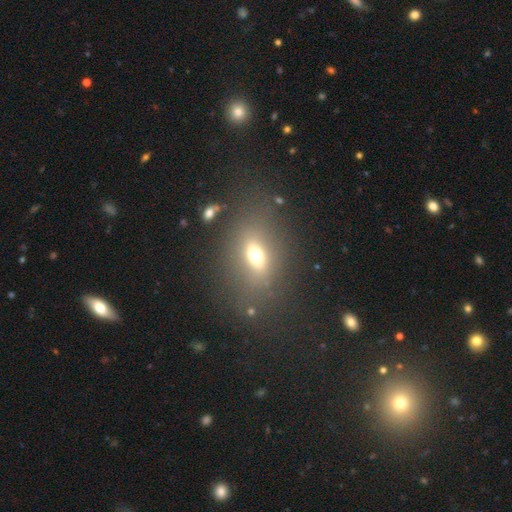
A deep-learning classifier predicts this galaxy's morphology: Overall: smooth (61%; featured or disk 23%). How rounded: in between (71%). Merging: none (73%).